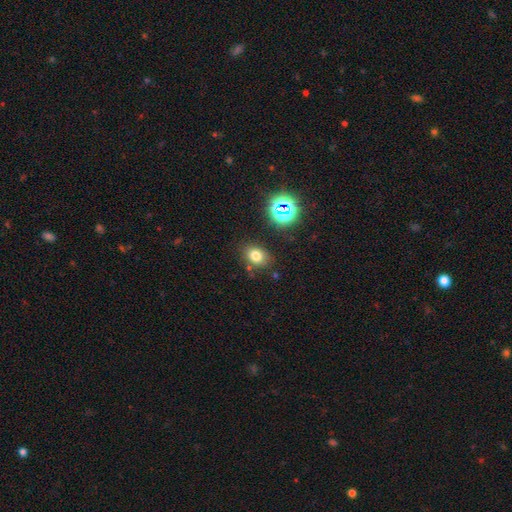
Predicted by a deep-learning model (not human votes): Smooth or featured? smooth (74%)
How rounded? in between (62%)
Merging? none (79%)